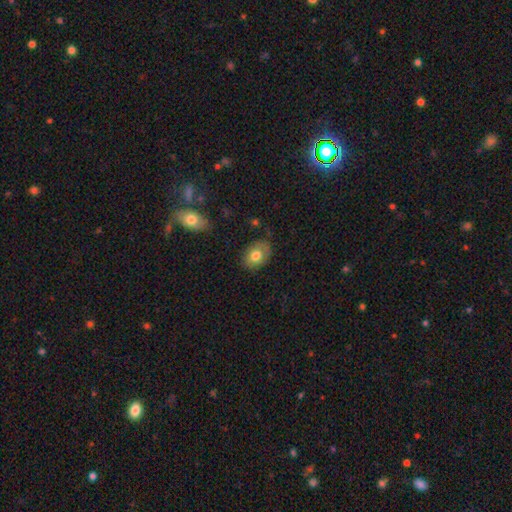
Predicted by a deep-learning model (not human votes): A smooth galaxy with no disk features (76%) that is in between round and cigar-shaped (75%).

Vote fractions:
- Smooth or featured? smooth: 76% / featured or disk: 16% / star or artifact: 8%
- How rounded? in between: 75% / round: 24% / cigar-shaped: 1%
- Merging? none: 78% / minor disturbance: 17% / major disturbance: 3% / merger: 2%